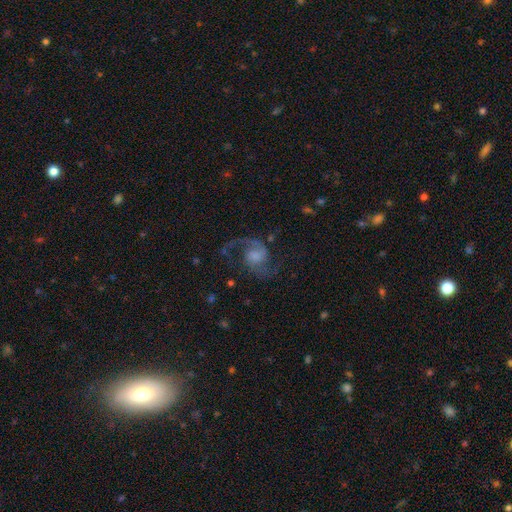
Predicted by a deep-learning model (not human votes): featured or disk 87%, smooth 7%, star or artifact 6%. Down the decision tree: edge-on disk — no (98%); bar — no (55%); spiral arms — yes (97%); spiral arm count — 2 (92%); spiral winding — loose (46%, tied with medium); bulge size — moderate (31%); merging — none (68%).